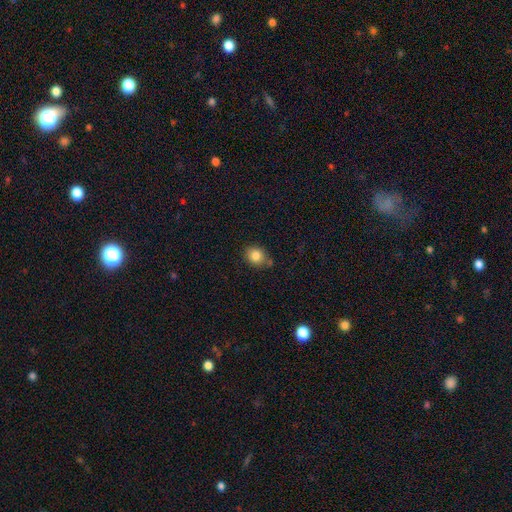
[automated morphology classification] smooth 84%, star or artifact 10%, featured or disk 7%. Down the decision tree: how rounded — round (65%); merging — none (72%).